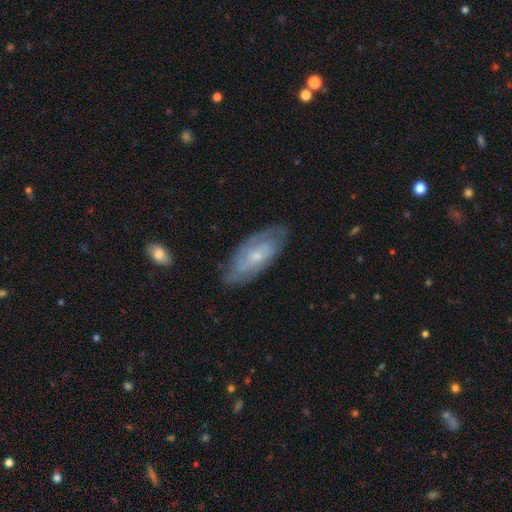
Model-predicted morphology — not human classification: This is likely a featured or disk galaxy (69%). It is clearly not viewed edge-on (89%). Bar: likely no (67%). Spiral arm pattern: clearly yes (84%). Spiral arm count: possibly can't tell (49%). Spiral winding: likely tight (60%). Central bulge: likely small (66%). Merging: likely none (76%).